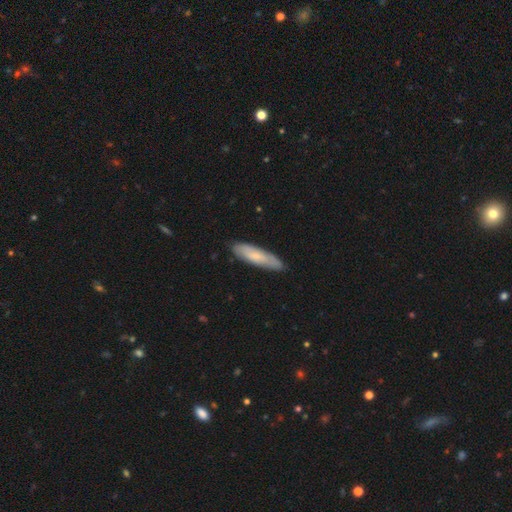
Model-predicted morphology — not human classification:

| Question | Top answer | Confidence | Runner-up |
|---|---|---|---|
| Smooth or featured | smooth | 62% | featured or disk (32%) |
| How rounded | cigar-shaped | 71% | in between (27%) |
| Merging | none | 83% | minor disturbance (13%) |